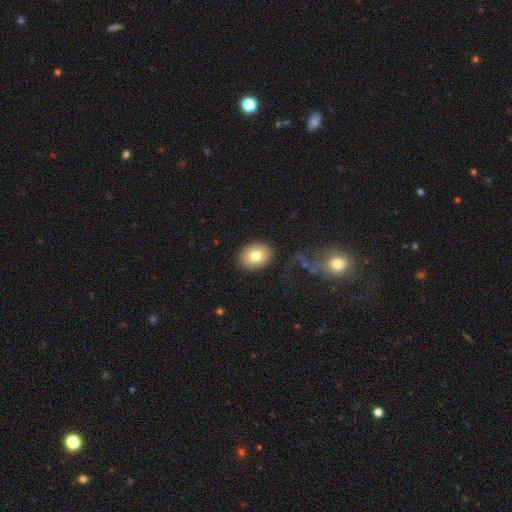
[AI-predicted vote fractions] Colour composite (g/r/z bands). It shows a smooth galaxy with no disk features (78%) that is in between round and cigar-shaped (60%). Merging: none (88%).